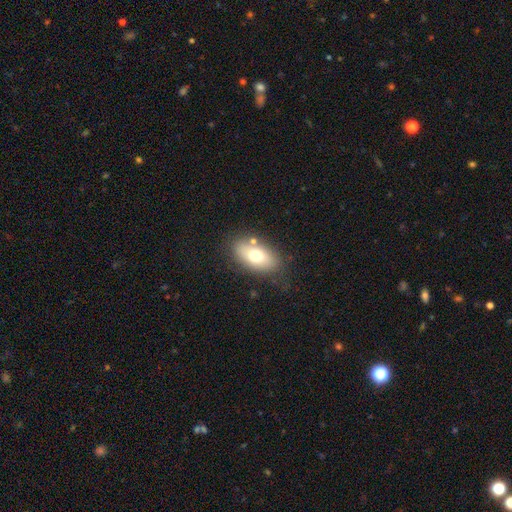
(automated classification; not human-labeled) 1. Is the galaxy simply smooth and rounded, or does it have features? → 69% smooth, 22% featured or disk, 9% star or artifact.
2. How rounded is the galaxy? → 89% in between, 8% round, 3% cigar-shaped.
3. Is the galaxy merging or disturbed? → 75% none, 15% minor disturbance, 6% merger, 5% major disturbance.